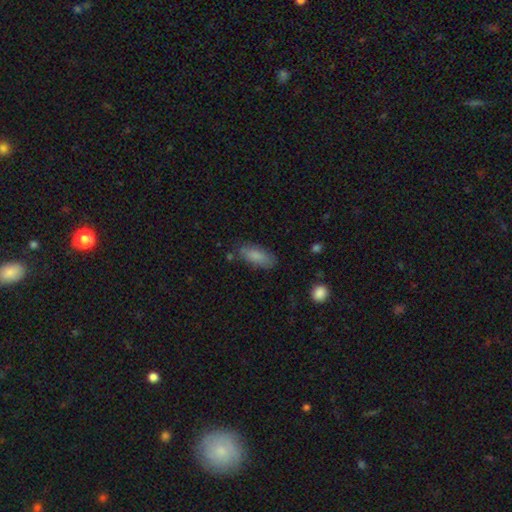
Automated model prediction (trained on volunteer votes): Smooth or featured? smooth (85%)
How rounded? in between (77%)
Merging? none (75%)